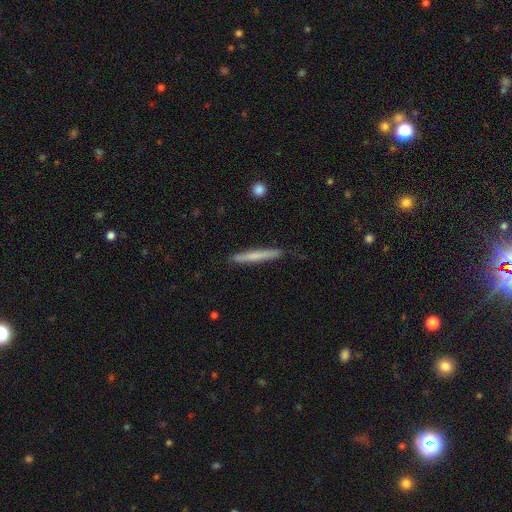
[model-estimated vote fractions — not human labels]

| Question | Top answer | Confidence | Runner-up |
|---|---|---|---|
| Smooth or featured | smooth | 63% | featured or disk (32%) |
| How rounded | cigar-shaped | 96% | in between (3%) |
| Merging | none | 88% | minor disturbance (9%) |